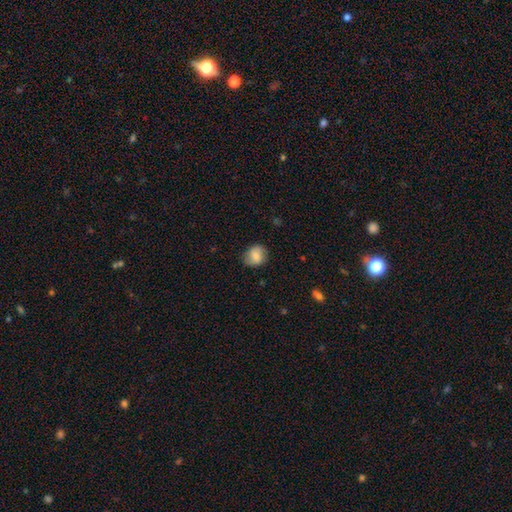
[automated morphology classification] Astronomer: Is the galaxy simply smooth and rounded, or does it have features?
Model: smooth — 75%.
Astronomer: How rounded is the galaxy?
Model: round — 67%.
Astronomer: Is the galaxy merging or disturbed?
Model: none — 75%.